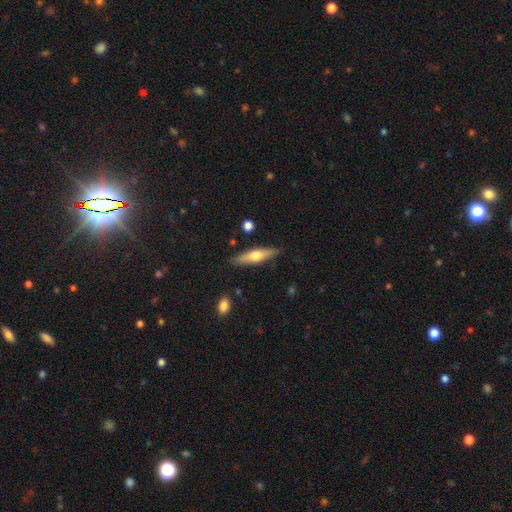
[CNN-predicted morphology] type=smooth (47%, tied with featured or disk); merging=none (86%).